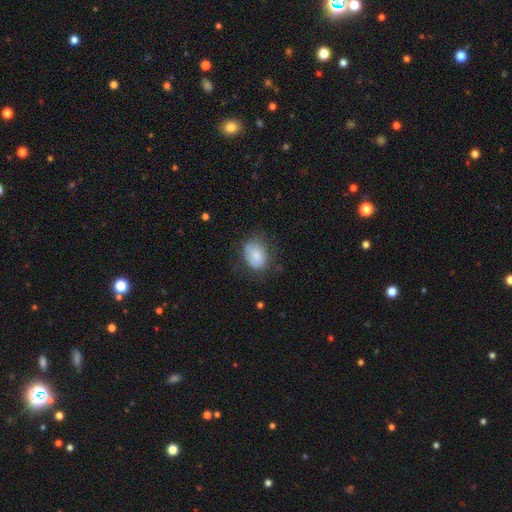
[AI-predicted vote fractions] This appears to be a smooth galaxy with no disk features (80%) that is in between round and cigar-shaped (73%). Merging: none (61%).